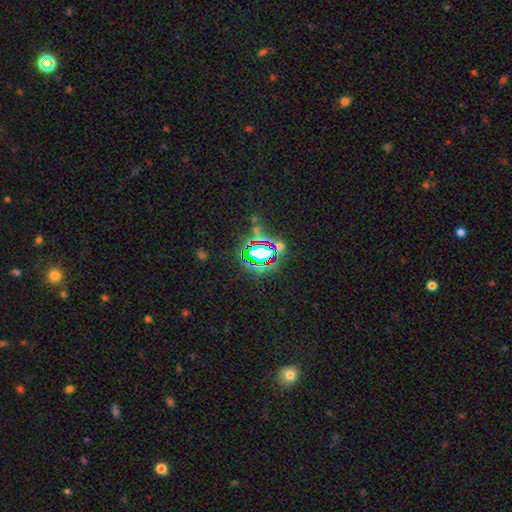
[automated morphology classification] Overall: star or artifact (77%).